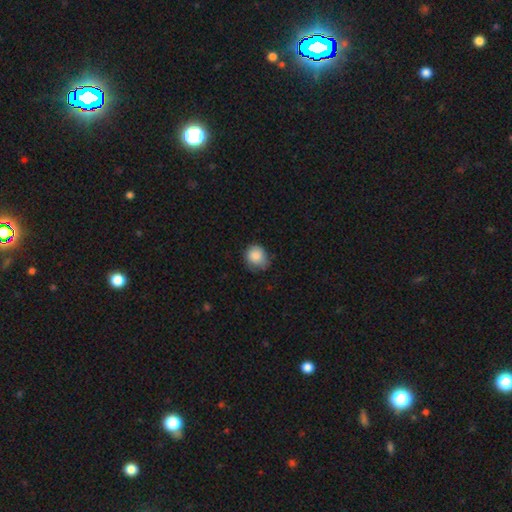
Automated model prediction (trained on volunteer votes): A smooth galaxy with no disk features (86%) that is round (81%).

Vote fractions:
- Smooth or featured? smooth: 86% / star or artifact: 8% / featured or disk: 6%
- How rounded? round: 81% / in between: 18% / cigar-shaped: 1%
- Merging? none: 62% / minor disturbance: 31% / major disturbance: 5% / merger: 1%